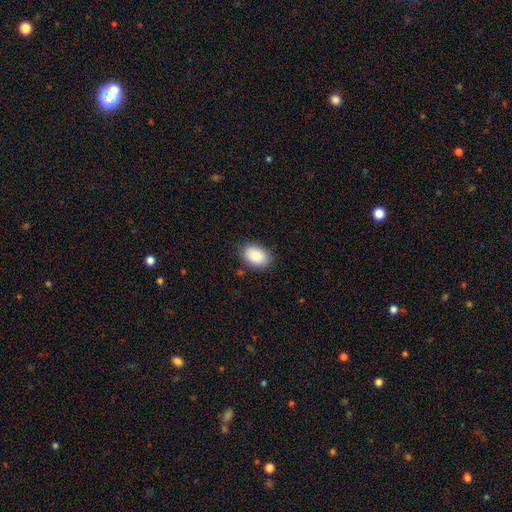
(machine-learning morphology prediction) Q: Smooth or featured?
A: smooth (87%); runner-up: star or artifact (7%)
Q: How rounded?
A: in between (83%); runner-up: round (16%)
Q: Merging?
A: none (85%); runner-up: minor disturbance (12%)